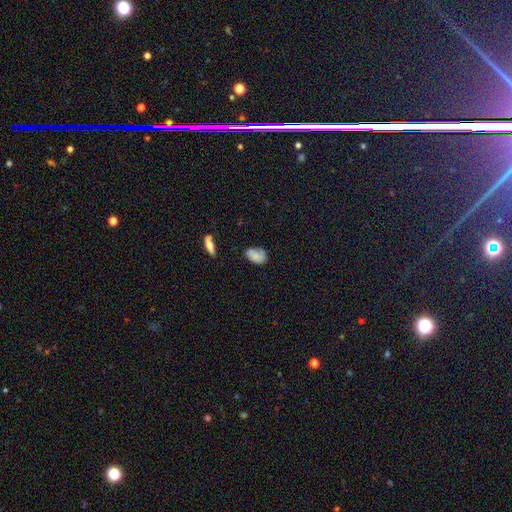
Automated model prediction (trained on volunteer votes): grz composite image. It shows a smooth galaxy with no disk features (72%) that is in between round and cigar-shaped (87%). Merging: none (53%).